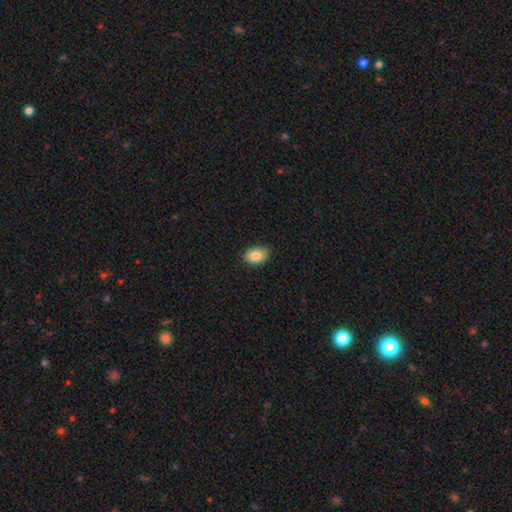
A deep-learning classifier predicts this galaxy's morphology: smooth-or-featured: smooth: 84% | featured or disk: 8% | star or artifact: 8%
  how-rounded: in between: 85% | round: 14% | cigar-shaped: 1%
  merging: none: 83% | minor disturbance: 14% | major disturbance: 2% | merger: 1%